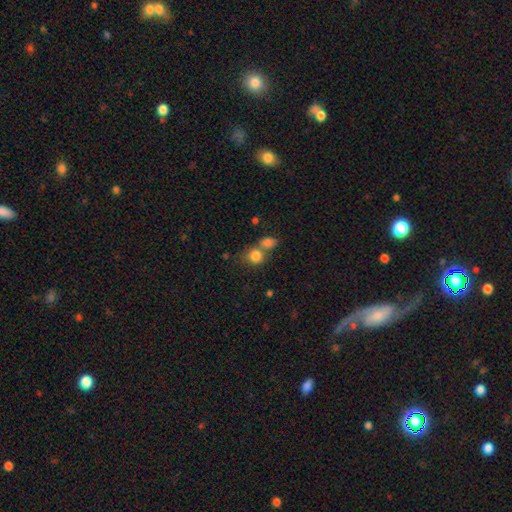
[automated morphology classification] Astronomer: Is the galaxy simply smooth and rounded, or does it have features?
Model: smooth — 82%.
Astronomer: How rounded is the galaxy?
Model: round — 71%.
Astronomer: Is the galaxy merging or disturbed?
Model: merger — 45% (runner-up: none, 42%).